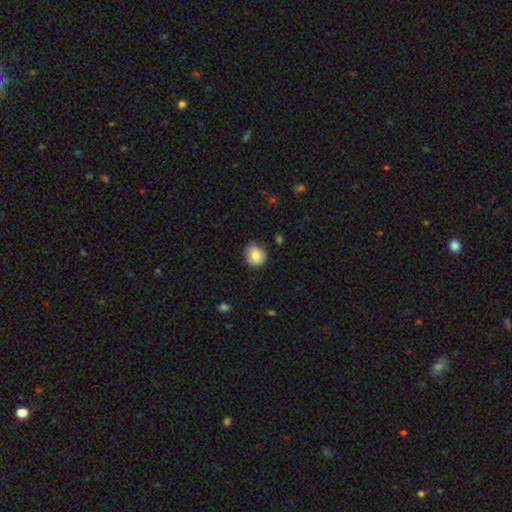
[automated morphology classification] type=smooth (85%); roundness=round (80%); merging=none (77%).